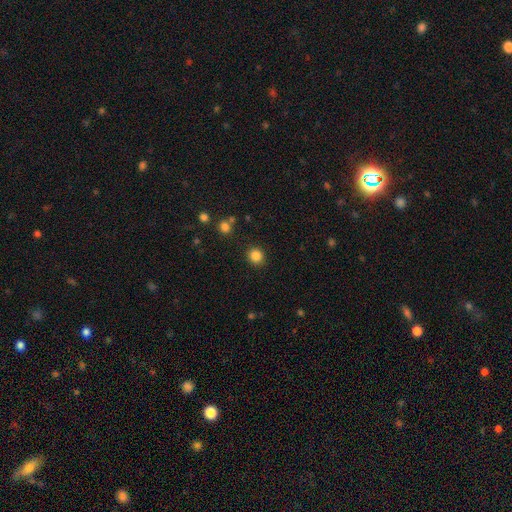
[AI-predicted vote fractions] Smooth or featured?
  - smooth: 85% *
  - star or artifact: 11%
  - featured or disk: 4%
How rounded?
  - round: 88% *
  - in between: 11%
  - cigar-shaped: 1%
Merging?
  - none: 90% *
  - minor disturbance: 6%
  - major disturbance: 2%
  - merger: 2%